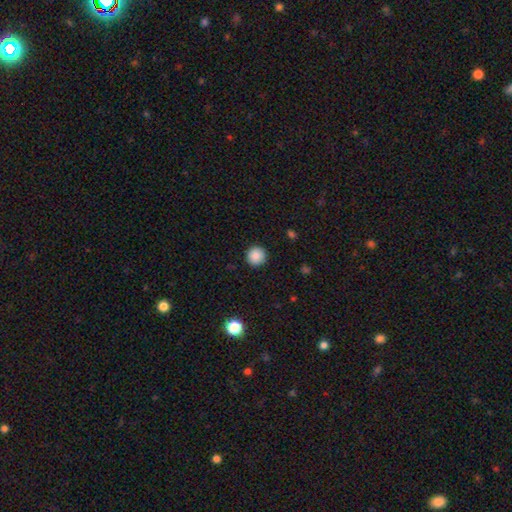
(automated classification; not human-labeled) Smooth or featured? Predicted: smooth (p=0.88). How rounded? Predicted: round (p=0.95). Merging? Predicted: none (p=0.92).